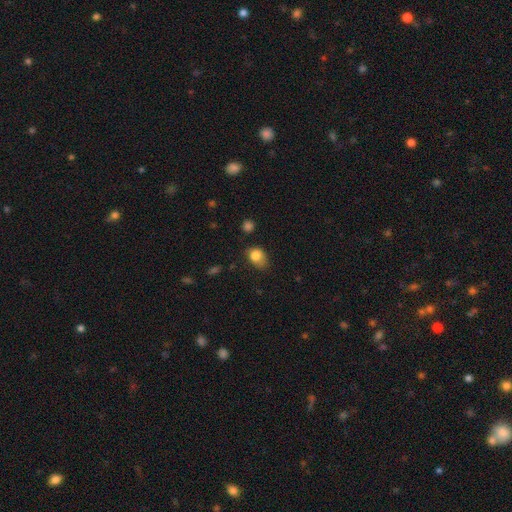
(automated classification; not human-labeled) Smooth or featured?
  - smooth: 82% *
  - star or artifact: 9%
  - featured or disk: 9%
How rounded?
  - in between: 63% *
  - round: 36%
  - cigar-shaped: 1%
Merging?
  - none: 45% *
  - minor disturbance: 39%
  - major disturbance: 13%
  - merger: 3%